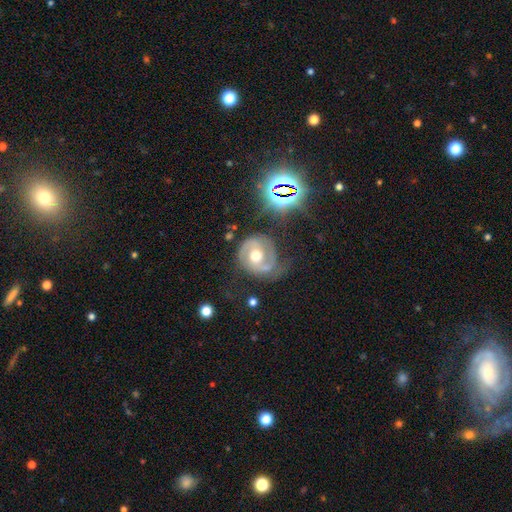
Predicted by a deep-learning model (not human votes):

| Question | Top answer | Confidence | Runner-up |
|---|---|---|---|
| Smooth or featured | featured or disk | 75% | smooth (17%) |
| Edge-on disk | no | 97% | yes (3%) |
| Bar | no | 60% | weak (29%) |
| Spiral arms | yes | 84% | no (16%) |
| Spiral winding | medium | 42% | tight (39%) |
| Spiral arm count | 2 | 68% | 1 (15%) |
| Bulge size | moderate | 75% | large (13%) |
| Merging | none | 51% | minor disturbance (24%) |